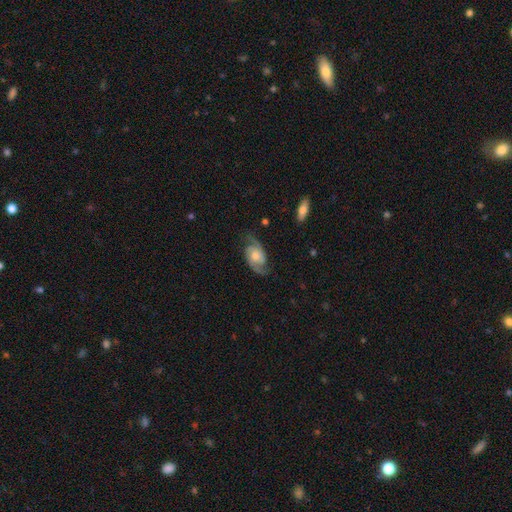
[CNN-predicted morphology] This appears to be a featured or disk galaxy (85%) with no bar (66%), 2 (92%) medium (51%) spiral arms (97%) and a moderate central bulge (58%). Merging: none (76%).